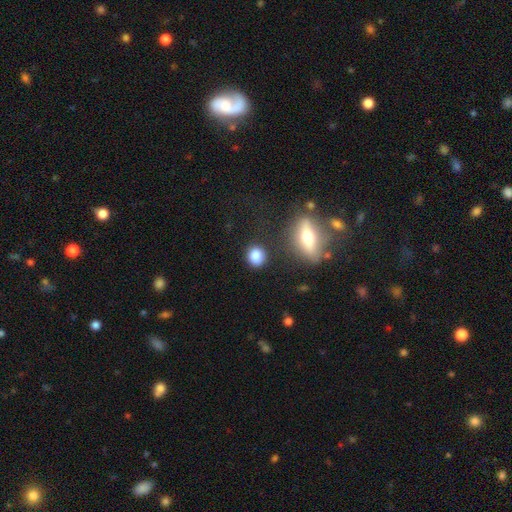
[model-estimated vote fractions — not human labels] This appears to be a smooth galaxy with no disk features (83%) that is round (76%). Merging: none (80%).